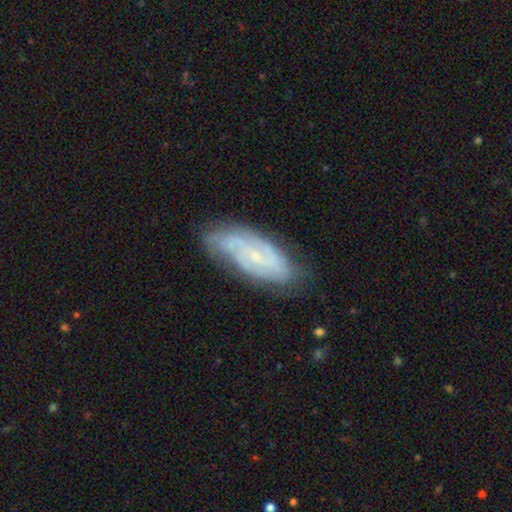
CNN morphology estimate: Smooth or featured: featured or disk — 80% (smooth — 14%)
Edge-on disk: no — 93% (yes — 7%)
Bar: no — 49% (weak — 40%)
Spiral arms: yes — 94% (no — 6%)
Spiral winding: tight — 53% (medium — 37%)
Spiral arm count: 2 — 38% (can't tell — 28%)
Bulge size: small — 75% (moderate — 15%)
Merging: none — 72% (minor disturbance — 20%)